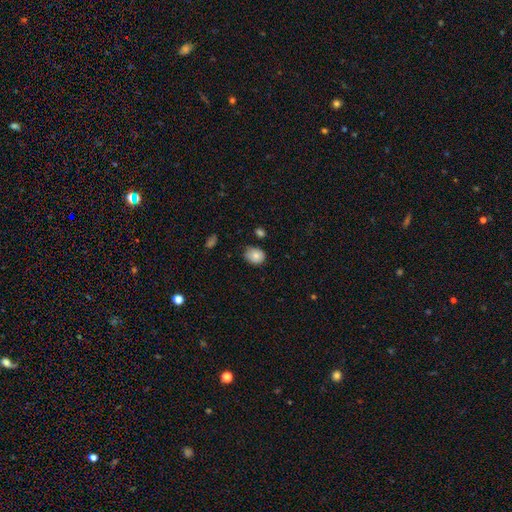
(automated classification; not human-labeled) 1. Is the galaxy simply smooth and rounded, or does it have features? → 79% smooth, 12% featured or disk, 9% star or artifact.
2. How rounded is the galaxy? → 58% round, 41% in between, 1% cigar-shaped.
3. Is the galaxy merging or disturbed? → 70% none, 23% minor disturbance, 4% major disturbance, 3% merger.